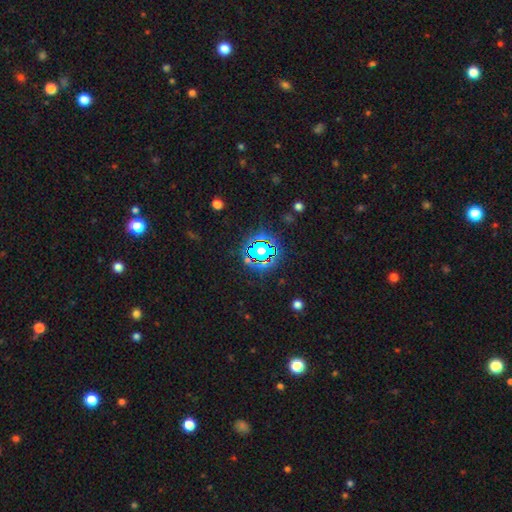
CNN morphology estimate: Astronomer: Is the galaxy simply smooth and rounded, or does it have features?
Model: star or artifact — 77%.